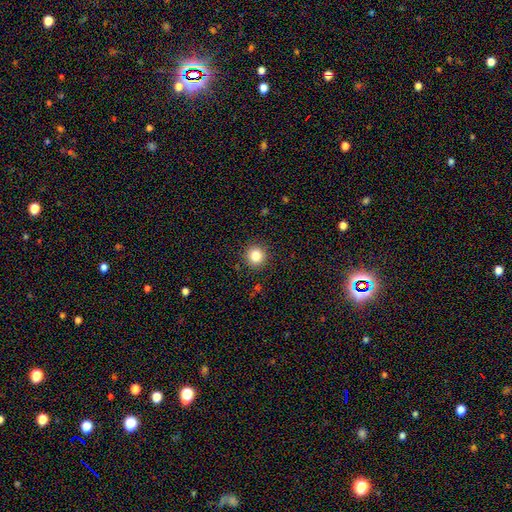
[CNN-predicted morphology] Smooth or featured? smooth (83%)
How rounded? round (93%)
Merging? none (91%)